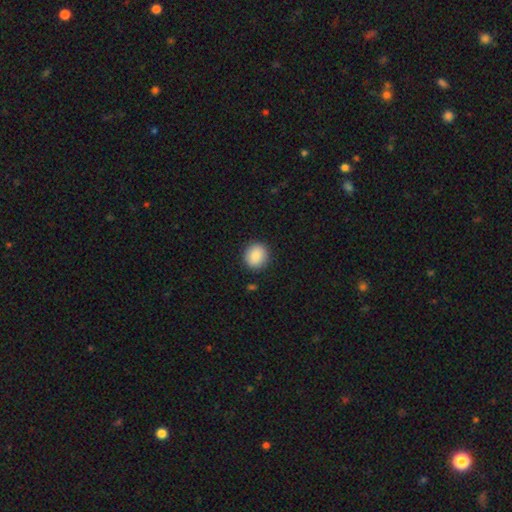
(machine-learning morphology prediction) Overall: smooth (89%). How rounded: round (83%). Merging: none (90%).